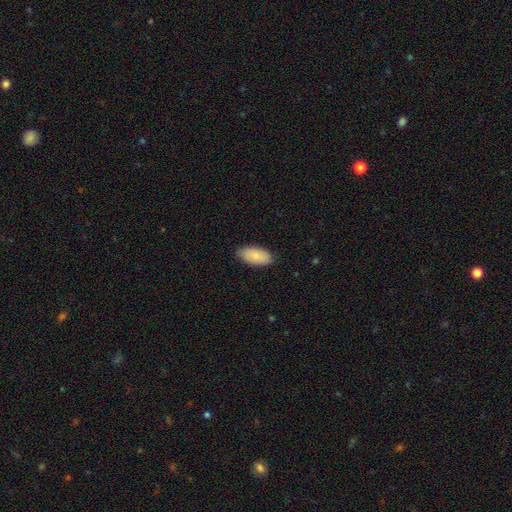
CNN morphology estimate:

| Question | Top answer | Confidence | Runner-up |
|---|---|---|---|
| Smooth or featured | smooth | 86% | featured or disk (9%) |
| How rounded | in between | 94% | cigar-shaped (4%) |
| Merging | none | 85% | minor disturbance (12%) |